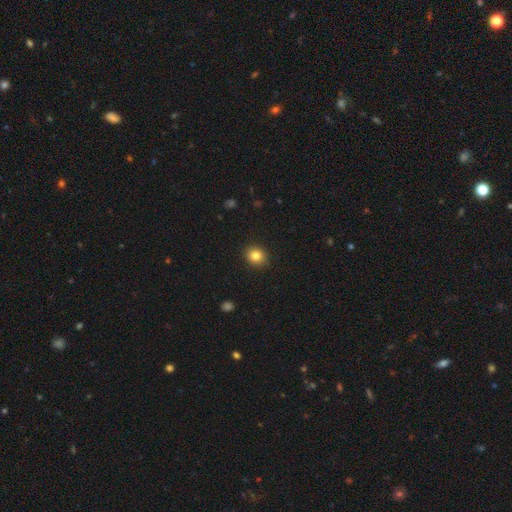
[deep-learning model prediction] Smooth or featured? Predicted: smooth (p=0.83). How rounded? Predicted: round (p=0.70). Merging? Predicted: none (p=0.91).